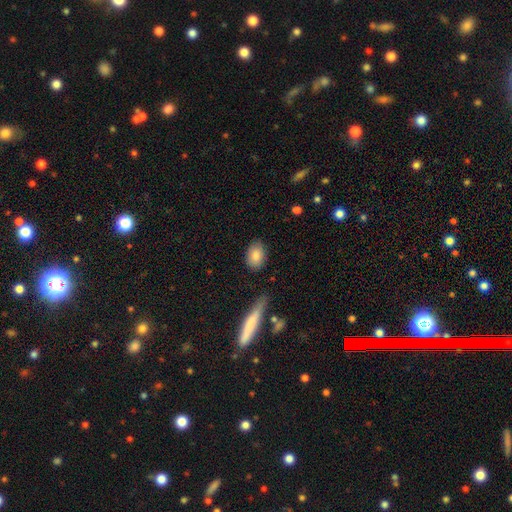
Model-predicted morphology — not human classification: Q: Smooth or featured?
A: smooth (85%); runner-up: featured or disk (9%)
Q: How rounded?
A: in between (81%); runner-up: round (17%)
Q: Merging?
A: none (83%); runner-up: minor disturbance (12%)